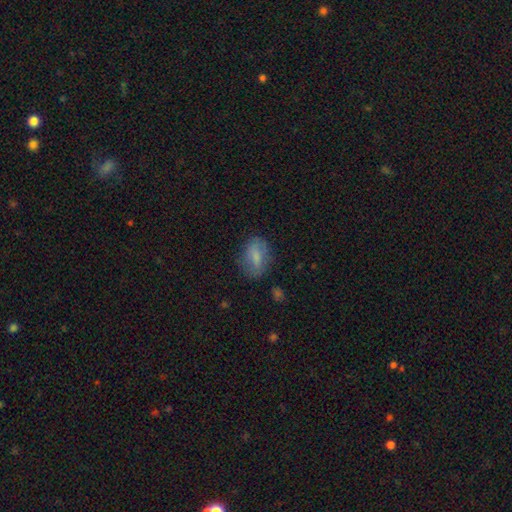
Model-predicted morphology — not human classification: Overall: smooth (73%). How rounded: in between (82%). Merging: none (71%).